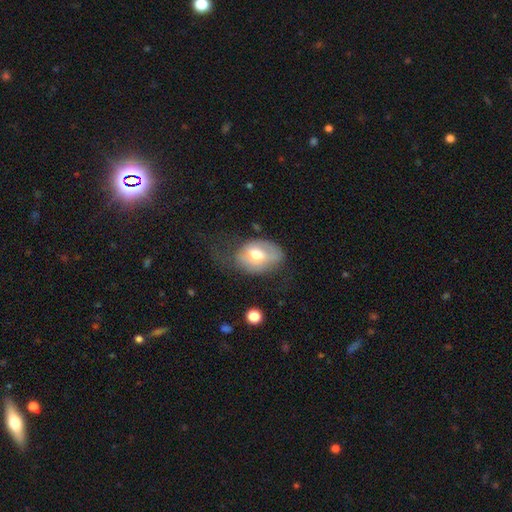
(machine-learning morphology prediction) This appears to be a smooth galaxy with no disk features (63%) that is in between round and cigar-shaped (76%). Merging: none (37%).